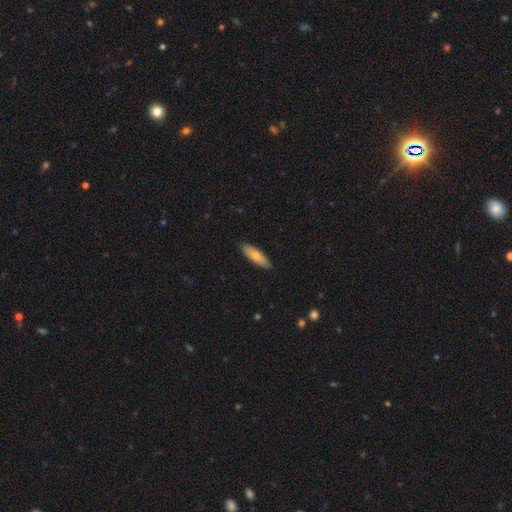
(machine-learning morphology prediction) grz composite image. It shows a smooth galaxy with no disk features (75%) that is cigar-shaped (52%). Merging: none (88%).